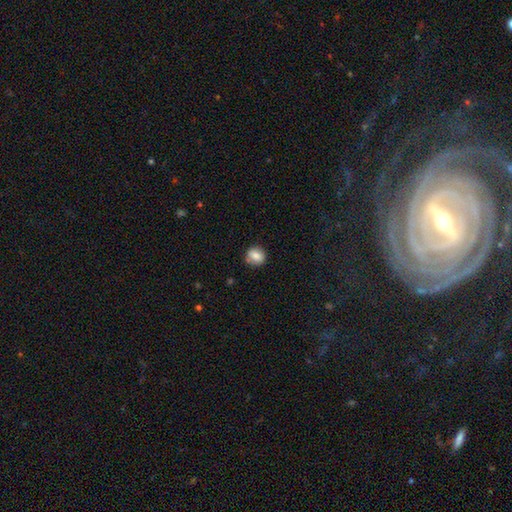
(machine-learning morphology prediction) type=smooth (80%); roundness=round (70%); merging=none (77%).